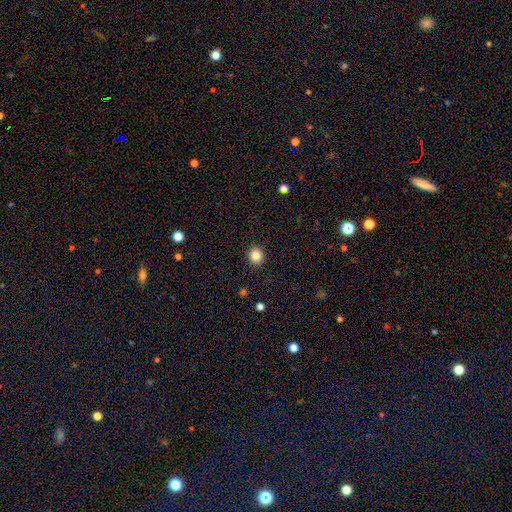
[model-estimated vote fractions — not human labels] smooth_or_featured: smooth (p=0.85) [alt: star or artifact p=0.11]
how_rounded: round (p=0.86) [alt: in between p=0.13]
merging: none (p=0.90) [alt: minor disturbance p=0.06]